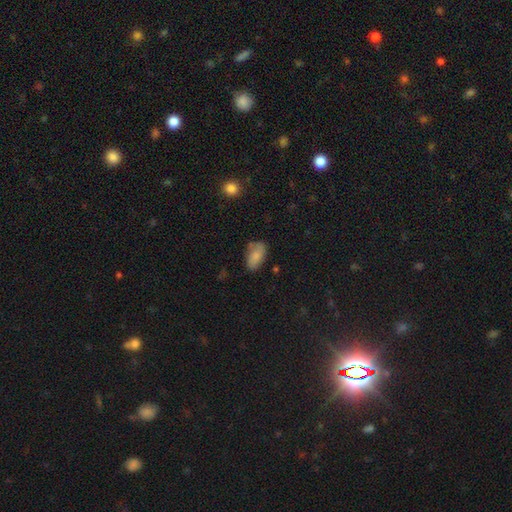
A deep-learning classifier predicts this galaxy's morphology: Overall: smooth (79%). How rounded: in between (92%). Merging: none (60%; minor disturbance 27%).